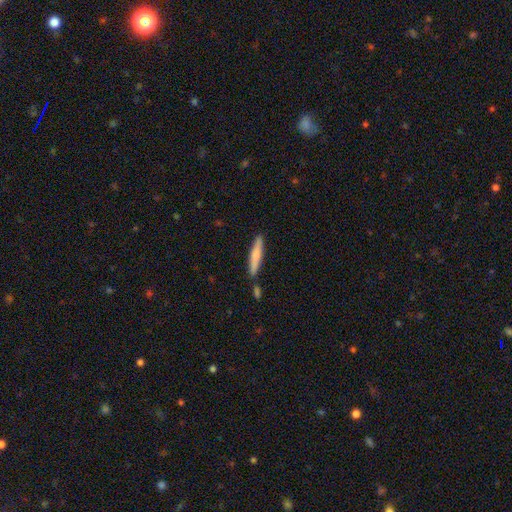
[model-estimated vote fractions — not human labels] smooth-or-featured: smooth: 72% | featured or disk: 23% | star or artifact: 5%
  how-rounded: cigar-shaped: 90% | in between: 8% | round: 1%
  merging: none: 80% | minor disturbance: 11% | merger: 7% | major disturbance: 2%